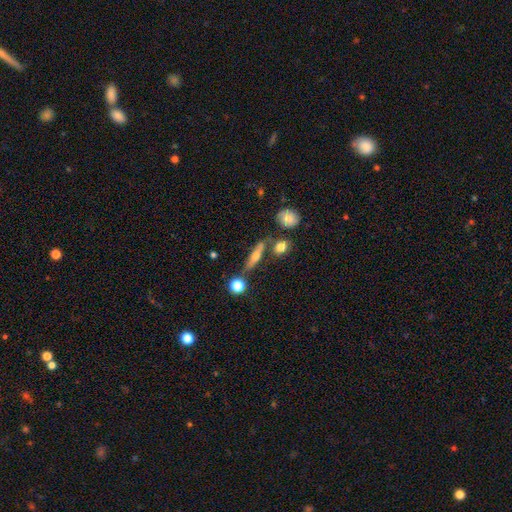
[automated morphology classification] Overall: featured or disk (45%, tied with smooth). Merging: none (68%).